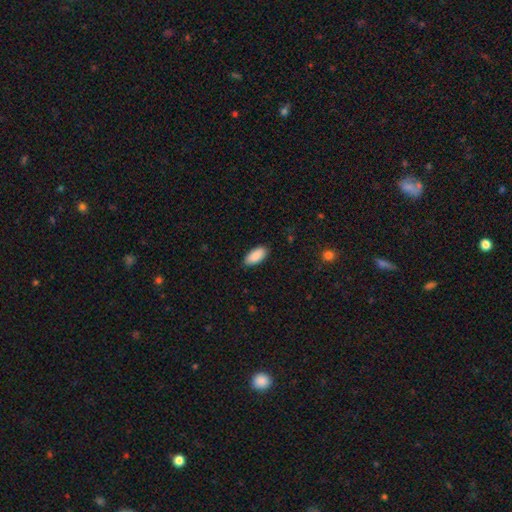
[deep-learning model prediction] This is clearly a smooth galaxy (90%). How rounded: clearly in between (91%). Merging: clearly none (87%).